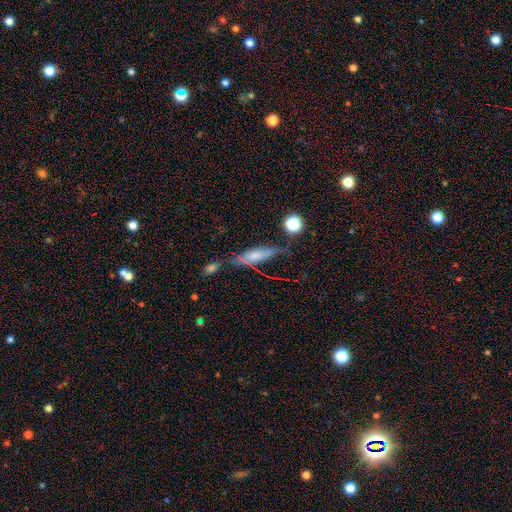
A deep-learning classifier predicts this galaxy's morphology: smooth 60%, featured or disk 28%, star or artifact 12%. Down the decision tree: how rounded — cigar-shaped (54%); merging — none (58%).